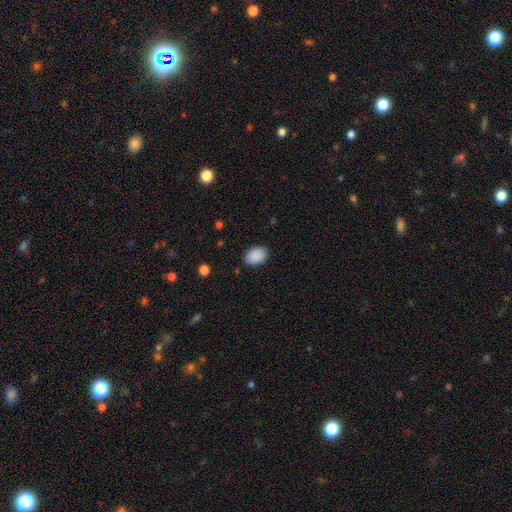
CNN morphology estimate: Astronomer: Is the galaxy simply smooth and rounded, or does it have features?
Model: smooth — 90%.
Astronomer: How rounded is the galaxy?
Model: in between — 80%.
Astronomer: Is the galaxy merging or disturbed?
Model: none — 87%.